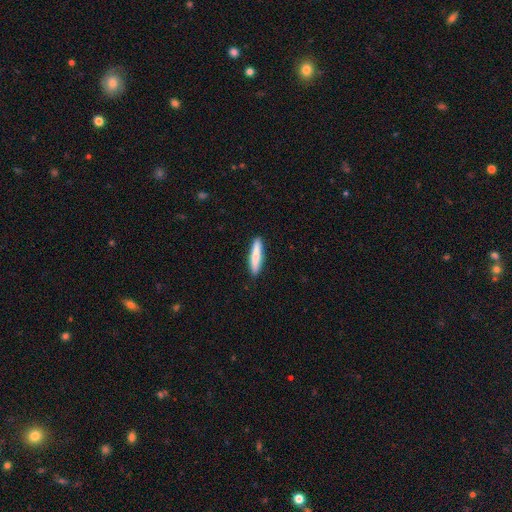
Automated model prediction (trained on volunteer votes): Morphology: type=smooth (80%); roundness=cigar-shaped (88%); merging=none (91%).